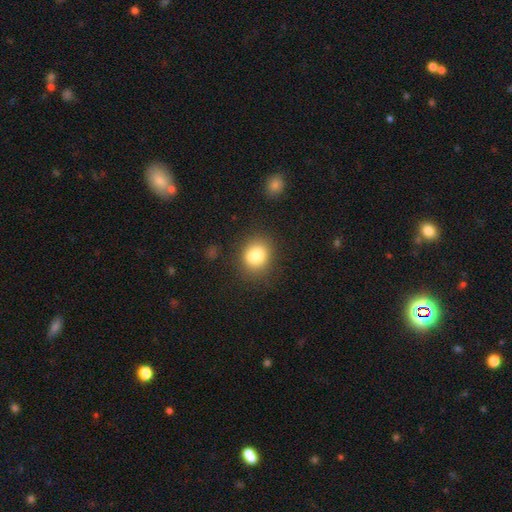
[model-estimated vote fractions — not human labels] Smooth or featured: smooth — 83% (star or artifact — 10%)
How rounded: round — 66% (in between — 33%)
Merging: none — 74% (minor disturbance — 15%)